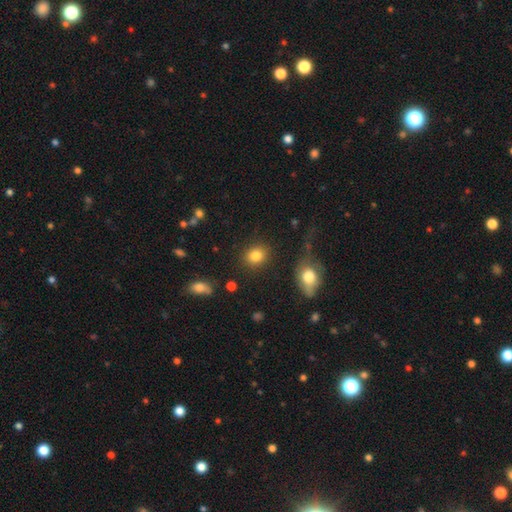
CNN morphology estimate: This appears to be a smooth galaxy with no disk features (84%) that is round (61%). Merging: none (86%).